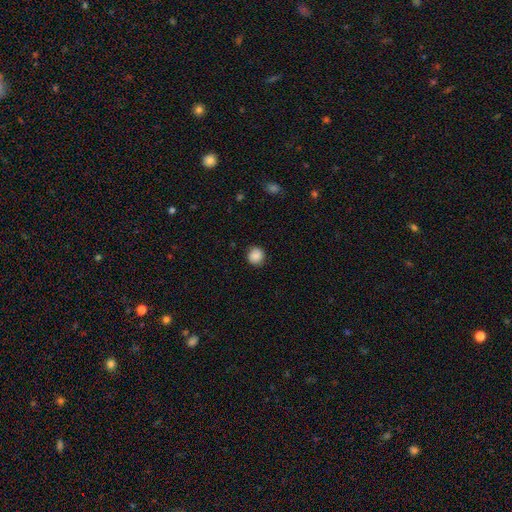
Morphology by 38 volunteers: type=smooth (97%); roundness=round (86%); merging=none (78%).